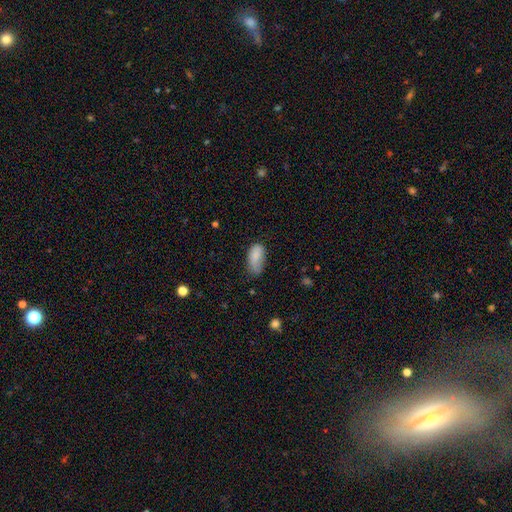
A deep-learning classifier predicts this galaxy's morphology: A smooth galaxy with no disk features (82%) that is in between round and cigar-shaped (93%). Merging: none (40%, tied with minor disturbance).